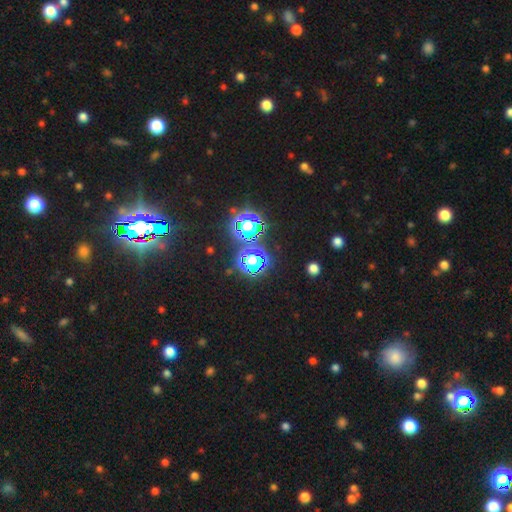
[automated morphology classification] This is likely a star or artifact rather than a galaxy (72%).